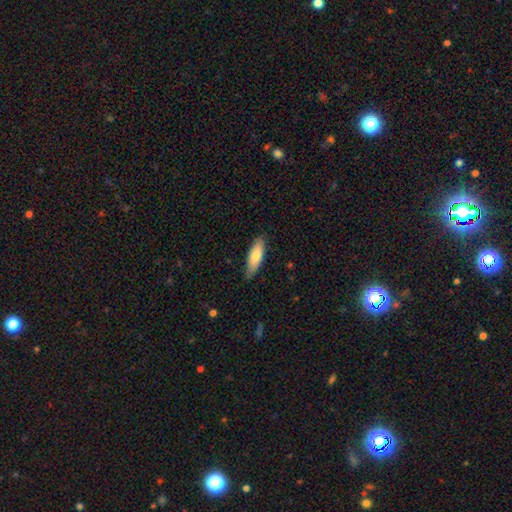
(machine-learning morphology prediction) A smooth galaxy with no disk features (79%) that is in between round and cigar-shaped (52%).

Vote fractions:
- Smooth or featured? smooth: 79% / featured or disk: 15% / star or artifact: 5%
- How rounded? in between: 52% / cigar-shaped: 46% / round: 1%
- Merging? none: 79% / minor disturbance: 17% / major disturbance: 2% / merger: 1%